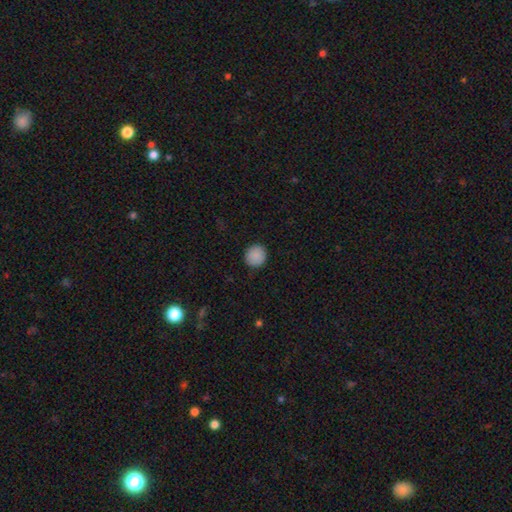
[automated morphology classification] smooth-or-featured: smooth: 89% | star or artifact: 8% | featured or disk: 3%
  how-rounded: round: 92% | in between: 7% | cigar-shaped: 1%
  merging: none: 90% | minor disturbance: 7% | major disturbance: 2% | merger: 1%